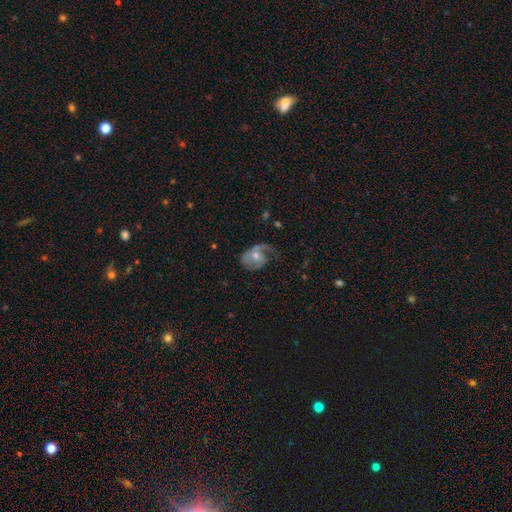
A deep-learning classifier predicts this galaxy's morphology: Smooth or featured? Predicted: featured or disk (p=0.68). Edge-on disk? Predicted: no (p=0.97). Bar? Predicted: no (p=0.71). Spiral arms? Predicted: yes (p=0.83). Spiral winding? Predicted: medium (p=0.39). Spiral arm count? Predicted: 1 (p=0.51). Bulge size? Predicted: moderate (p=0.56). Merging? Predicted: major disturbance (p=0.36, tied with none).